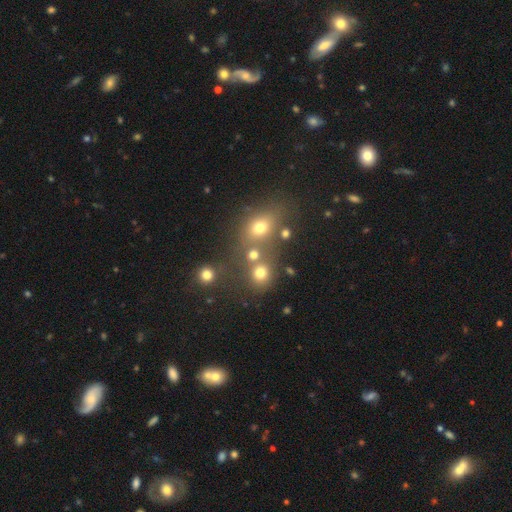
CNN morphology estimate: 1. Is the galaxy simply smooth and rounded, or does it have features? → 52% smooth, 35% star or artifact, 13% featured or disk.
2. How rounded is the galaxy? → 74% round, 24% in between, 2% cigar-shaped.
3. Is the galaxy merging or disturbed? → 47% none, 41% merger, 8% minor disturbance, 4% major disturbance.